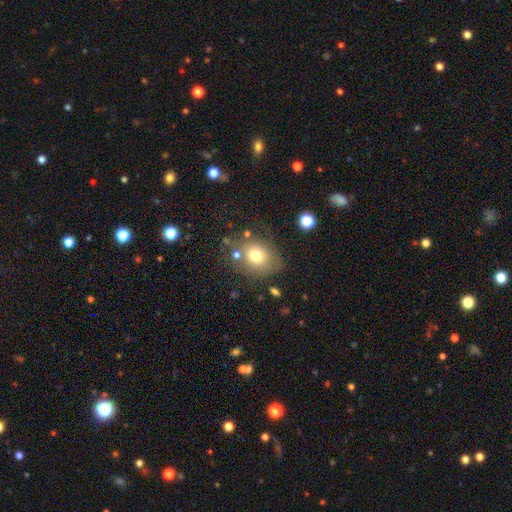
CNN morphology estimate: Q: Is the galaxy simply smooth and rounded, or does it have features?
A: smooth — 74%.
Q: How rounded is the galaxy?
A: round — 62%.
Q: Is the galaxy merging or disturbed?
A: none — 68%.